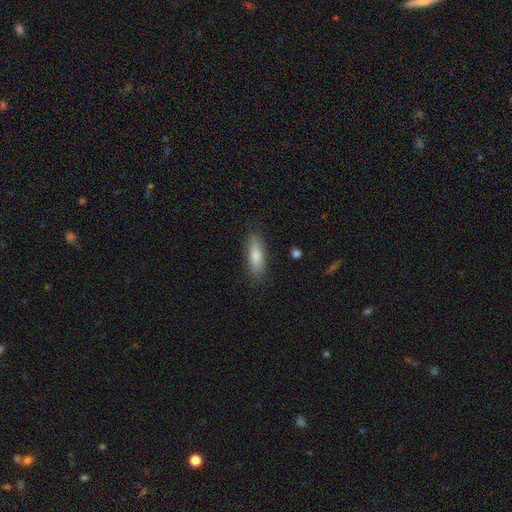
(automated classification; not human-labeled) smooth 78%, featured or disk 15%, star or artifact 7%. Down the decision tree: how rounded — cigar-shaped (51%); merging — none (85%).